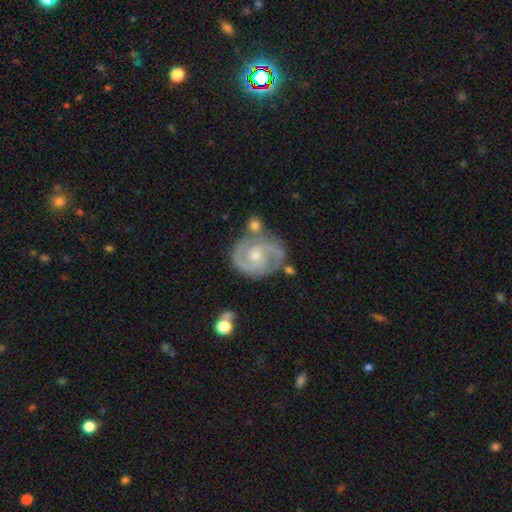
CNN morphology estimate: smooth-or-featured: featured or disk: 87% | smooth: 8% | star or artifact: 5%
  disk-edge-on: no: 98% | yes: 2%
    bar: no: 63% | weak: 31% | strong: 5%
    has-spiral-arms: yes: 97% | no: 3%
      spiral-winding: tight: 54% | medium: 39% | loose: 7%
      spiral-arm-count: 2: 79% | 3: 9% | can't tell: 7% | 1: 2% | 4: 2% | more than 4: 2%
    bulge-size: small: 53% | moderate: 41% | none: 3% | large: 2% | dominant: 1%
  merging: none: 65% | minor disturbance: 19% | merger: 10% | major disturbance: 6%